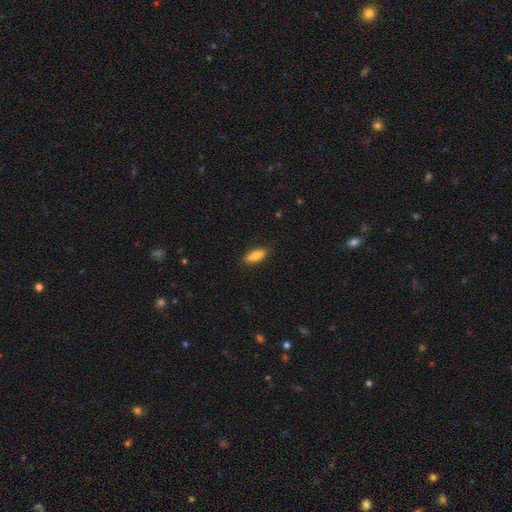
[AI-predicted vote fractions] smooth-or-featured: smooth: 87% | star or artifact: 7% | featured or disk: 7%
  how-rounded: in between: 80% | cigar-shaped: 18% | round: 2%
  merging: none: 87% | minor disturbance: 10% | major disturbance: 2% | merger: 1%